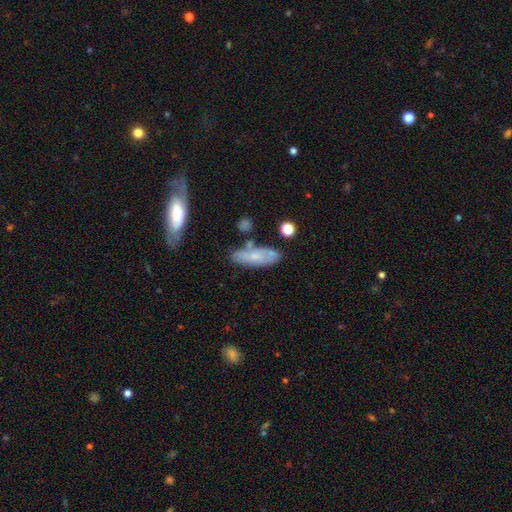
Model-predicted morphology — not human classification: Q: Smooth or featured?
A: smooth (59%); runner-up: featured or disk (33%)
Q: How rounded?
A: in between (58%); runner-up: cigar-shaped (39%)
Q: Merging?
A: none (62%); runner-up: minor disturbance (23%)